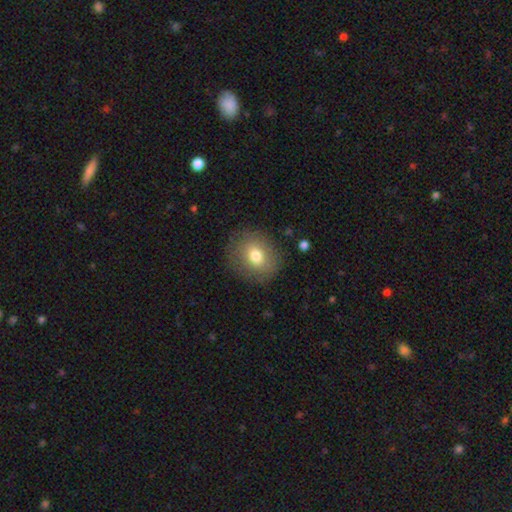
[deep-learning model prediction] smooth-or-featured: smooth: 74% | featured or disk: 17% | star or artifact: 9%
  how-rounded: round: 65% | in between: 34% | cigar-shaped: 1%
  merging: none: 83% | minor disturbance: 11% | major disturbance: 4% | merger: 1%